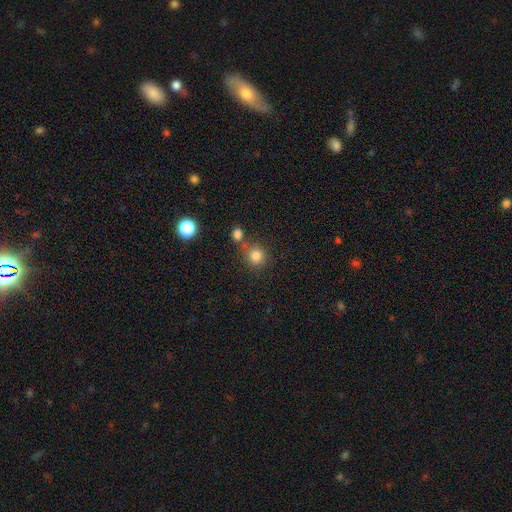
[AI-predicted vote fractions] Overall: smooth (80%). How rounded: round (88%). Merging: none (64%).